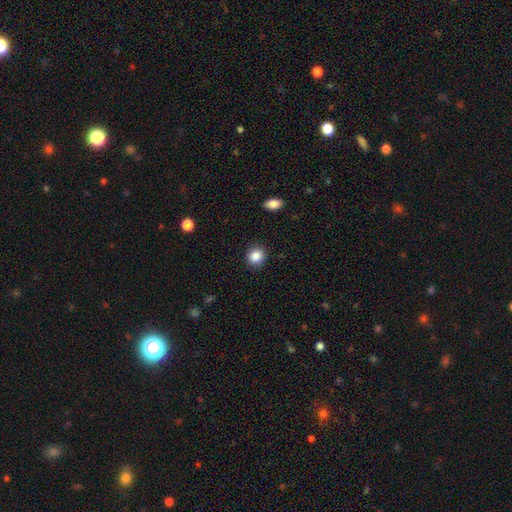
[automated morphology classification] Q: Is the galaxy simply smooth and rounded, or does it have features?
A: smooth — 87%.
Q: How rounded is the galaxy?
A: round — 81%.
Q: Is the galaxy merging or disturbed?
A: none — 90%.